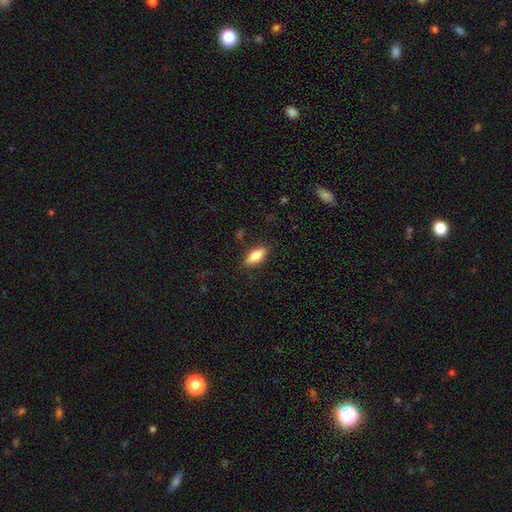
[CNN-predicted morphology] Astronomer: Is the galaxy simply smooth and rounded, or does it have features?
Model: smooth — 74%.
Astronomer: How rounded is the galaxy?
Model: in between — 79%.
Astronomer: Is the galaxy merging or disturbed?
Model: none — 86%.